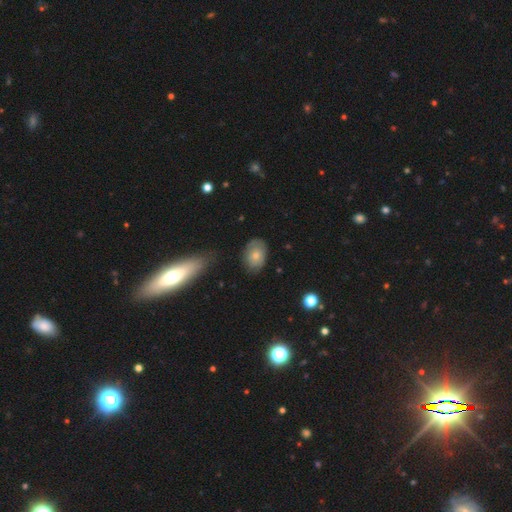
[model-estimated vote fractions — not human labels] Morphology: type=smooth (64%); roundness=in between (78%); merging=none (72%).